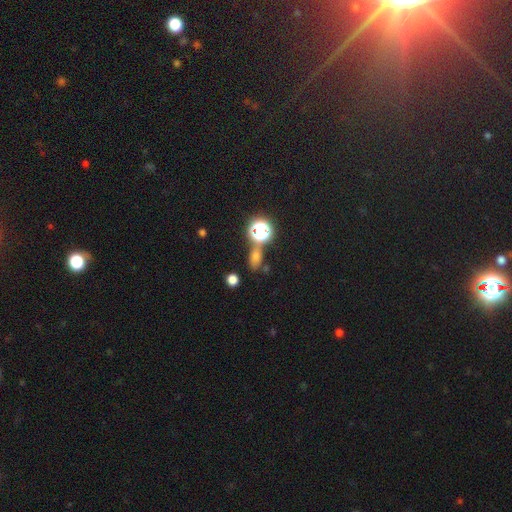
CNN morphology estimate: Smooth or featured: star or artifact — 47% (smooth — 44%)